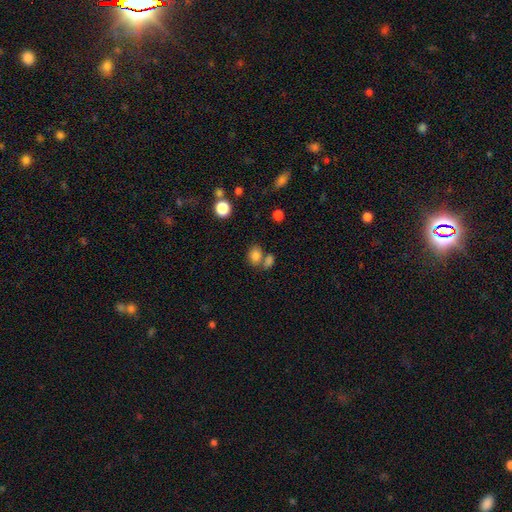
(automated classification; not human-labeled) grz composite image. It shows a smooth galaxy with no disk features (80%) that is in between round and cigar-shaped (60%). Merging: none (50%).